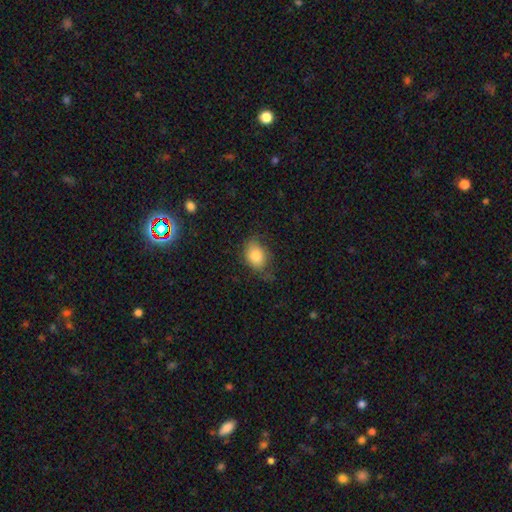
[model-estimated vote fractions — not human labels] The model was most divided on "merging": none: 61%, minor disturbance: 28%, major disturbance: 9%, merger: 2%. More confident: smooth or featured — smooth (82%); how rounded — in between (72%).